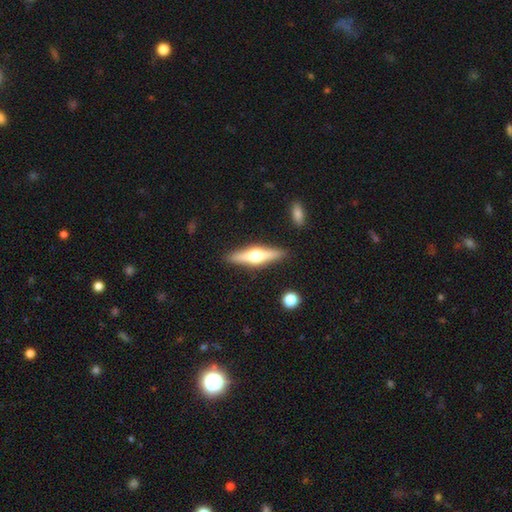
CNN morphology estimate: Smooth or featured? Predicted: featured or disk (p=0.63). Edge-on disk? Predicted: yes (p=0.95). Edge-on bulge? Predicted: rounded (p=0.95). Merging? Predicted: none (p=0.89).